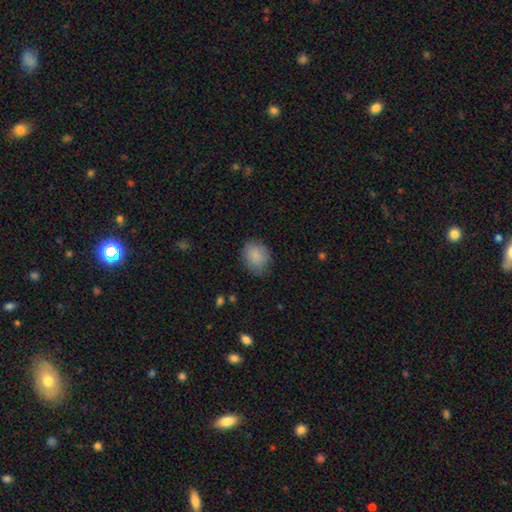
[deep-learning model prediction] Smooth or featured? smooth (85%)
How rounded? round (50%)
Merging? none (74%)